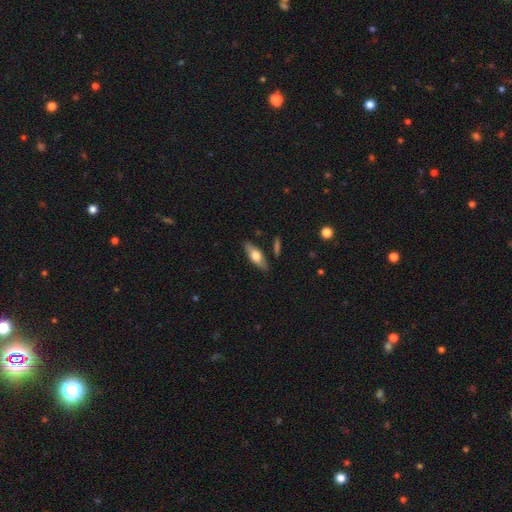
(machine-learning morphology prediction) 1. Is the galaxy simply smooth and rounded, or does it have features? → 58% smooth, 36% featured or disk, 6% star or artifact.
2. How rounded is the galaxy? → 64% in between, 33% cigar-shaped, 3% round.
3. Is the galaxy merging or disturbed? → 84% none, 11% minor disturbance, 2% merger, 2% major disturbance.